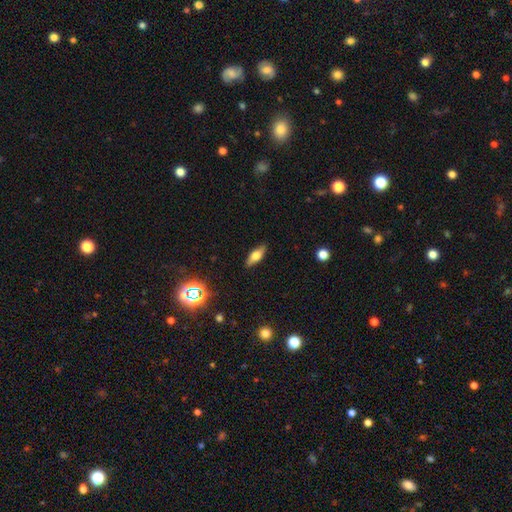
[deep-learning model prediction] A smooth galaxy with no disk features (53%) that is in between round and cigar-shaped (59%). Merging: none (88%).